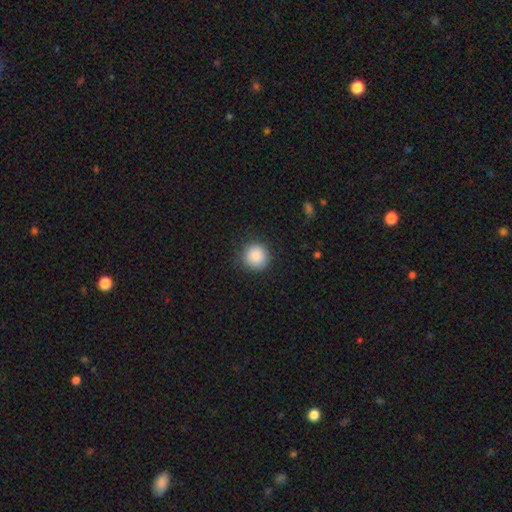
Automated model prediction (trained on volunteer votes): A smooth galaxy with no disk features (88%) that is round (94%). Merging: none (87%).